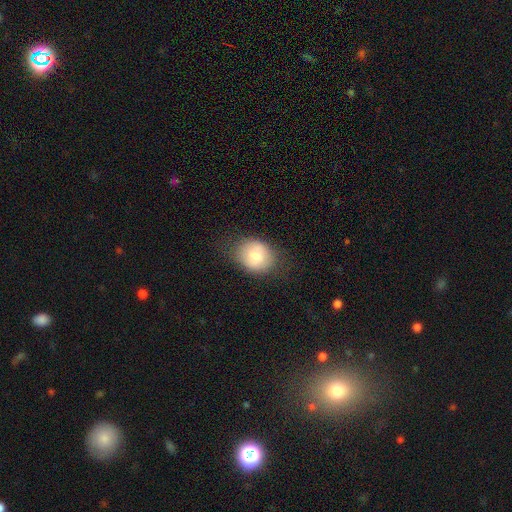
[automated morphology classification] smooth 76%, featured or disk 16%, star or artifact 8%. Down the decision tree: how rounded — round (50%); merging — none (75%).